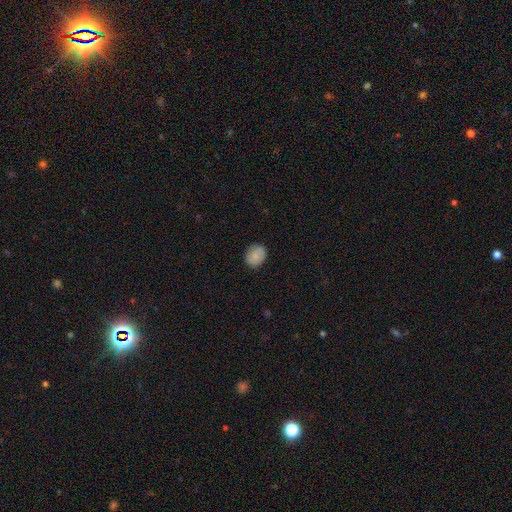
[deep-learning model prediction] The model was most divided on "how rounded": round: 53%, in between: 46%, cigar-shaped: 1%. More confident: merging — none (86%); smooth or featured — smooth (81%).